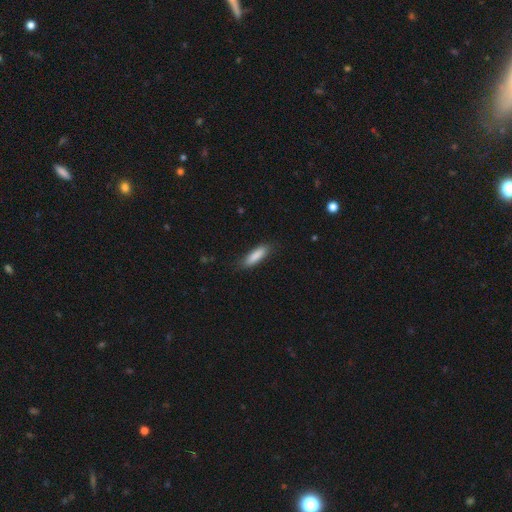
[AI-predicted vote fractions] This is clearly a smooth galaxy (87%). How rounded: likely cigar-shaped (61%). Merging: clearly none (82%).